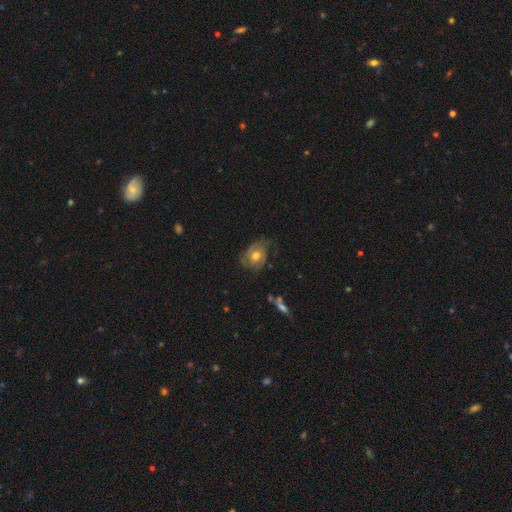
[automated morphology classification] A featured or disk galaxy (55%) with no bar (79%), spiral arms (77%) and a moderate central bulge (74%). Merging: none (56%).